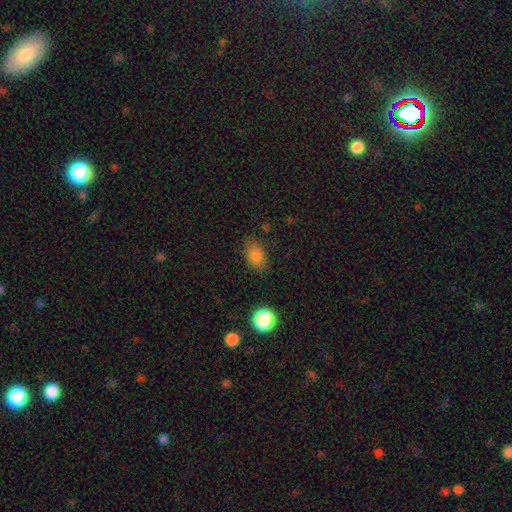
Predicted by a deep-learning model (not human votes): A smooth galaxy with no disk features (81%) that is in between round and cigar-shaped (85%).

Vote fractions:
- Smooth or featured? smooth: 81% / star or artifact: 10% / featured or disk: 9%
- How rounded? in between: 85% / round: 12% / cigar-shaped: 3%
- Merging? none: 78% / minor disturbance: 16% / major disturbance: 4% / merger: 2%